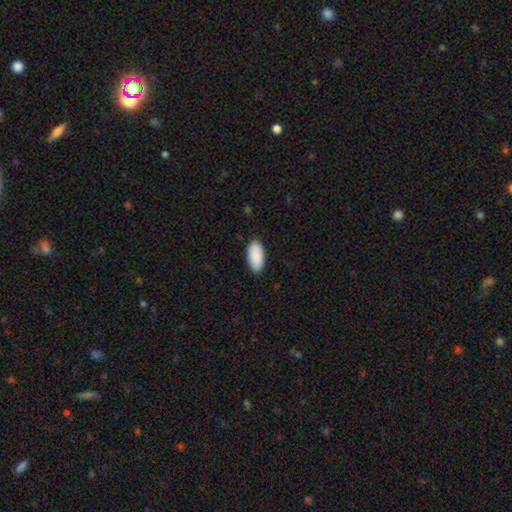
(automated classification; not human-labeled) Smooth or featured? Predicted: smooth (p=0.90). How rounded? Predicted: in between (p=0.93). Merging? Predicted: none (p=0.88).